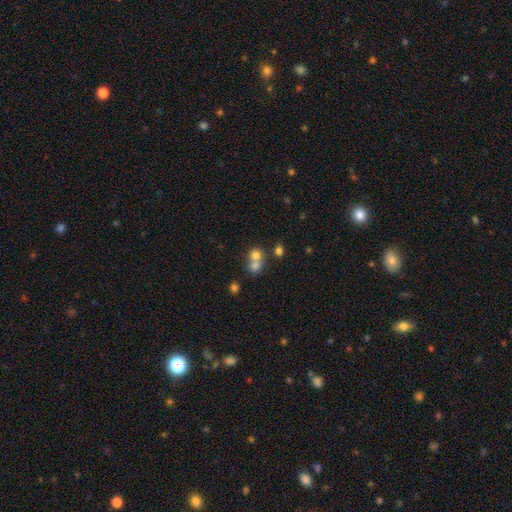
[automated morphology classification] A smooth galaxy with no disk features (73%) that is round (79%).

Vote fractions:
- Smooth or featured? smooth: 73% / star or artifact: 14% / featured or disk: 13%
- How rounded? round: 79% / in between: 20% / cigar-shaped: 1%
- Merging? merger: 56% / none: 35% / minor disturbance: 5% / major disturbance: 3%